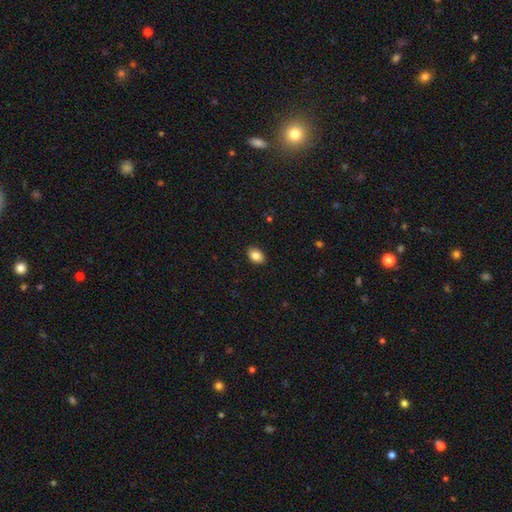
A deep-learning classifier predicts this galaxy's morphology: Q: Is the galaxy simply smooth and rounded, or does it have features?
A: smooth — 86%.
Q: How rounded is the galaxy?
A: in between — 81%.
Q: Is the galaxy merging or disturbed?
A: none — 90%.